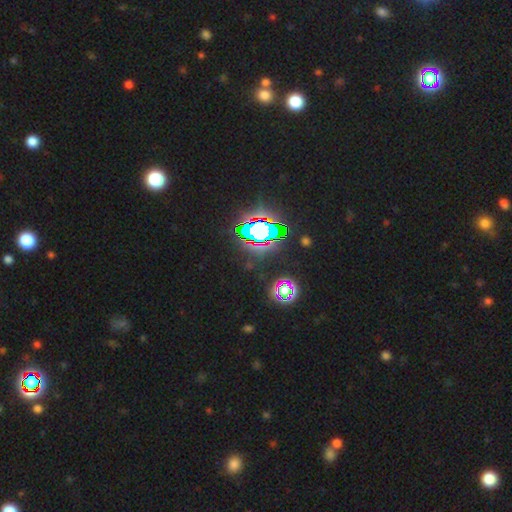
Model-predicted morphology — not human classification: Smooth or featured? star or artifact (81%)